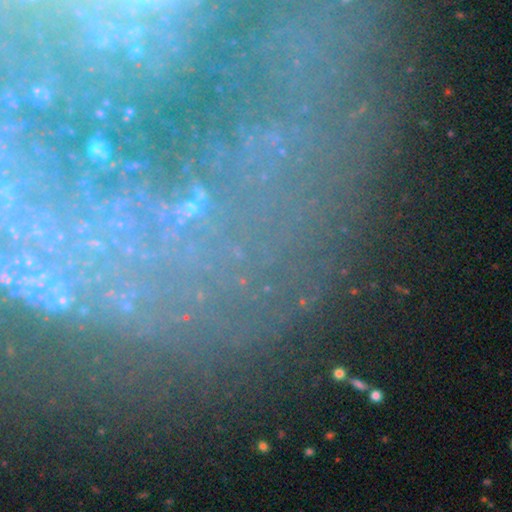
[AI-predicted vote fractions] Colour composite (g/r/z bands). It shows a star or artifact, not a galaxy (48%).